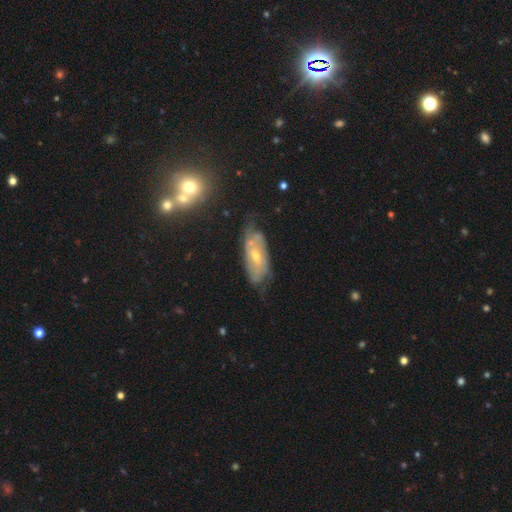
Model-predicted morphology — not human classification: smooth_or_featured: featured or disk (p=0.68) [alt: smooth p=0.23]
disk_edge_on: no (p=0.86) [alt: yes p=0.14]
bar: no (p=0.64) [alt: weak p=0.30]
has_spiral_arms: yes (p=0.75) [alt: no p=0.25]
bulge_size: small (p=0.55) [alt: moderate p=0.41]
merging: none (p=0.56) [alt: minor disturbance p=0.28]